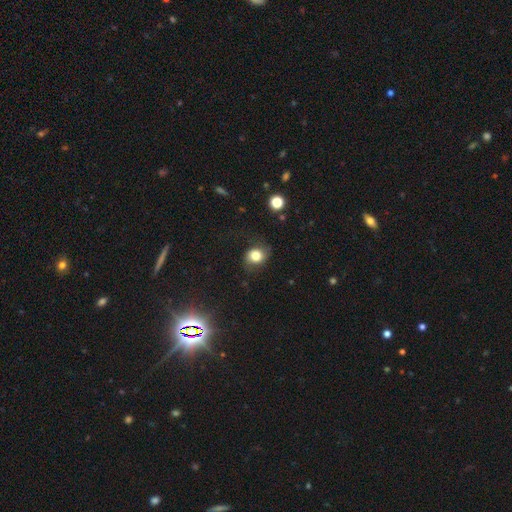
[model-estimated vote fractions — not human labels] A smooth galaxy with no disk features (74%) that is round (60%). Merging: none (69%).